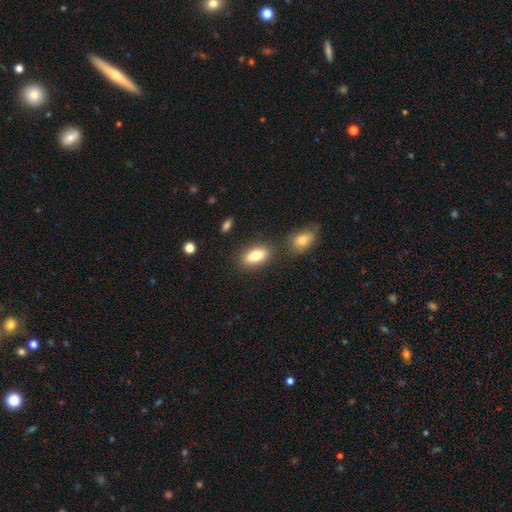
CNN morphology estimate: This is likely a smooth galaxy (78%). How rounded: clearly in between (85%). Merging: likely none (78%).